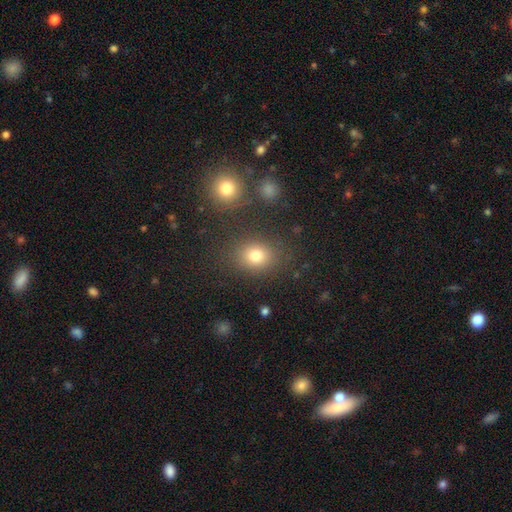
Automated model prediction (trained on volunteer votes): Morphology: type=smooth (77%); roundness=round (57%); merging=none (80%).